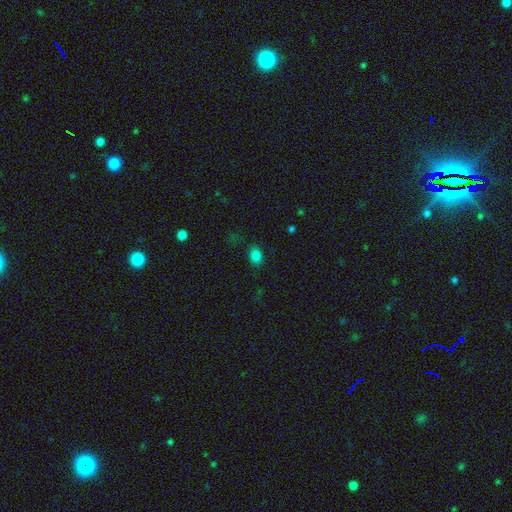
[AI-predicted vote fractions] Morphology: type=smooth (81%); roundness=in between (70%); merging=none (79%).